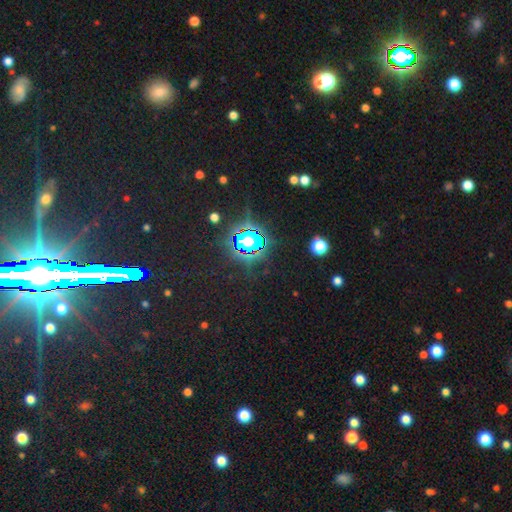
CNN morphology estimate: Smooth or featured: star or artifact — 80% (featured or disk — 10%)